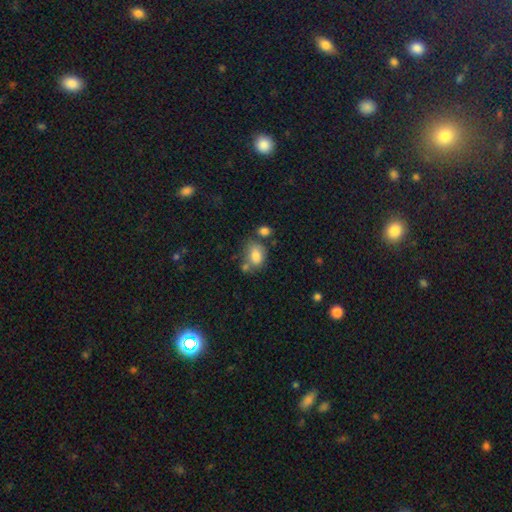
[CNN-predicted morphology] Overall: smooth (80%). How rounded: in between (74%). Merging: none (48%; merger 23%).